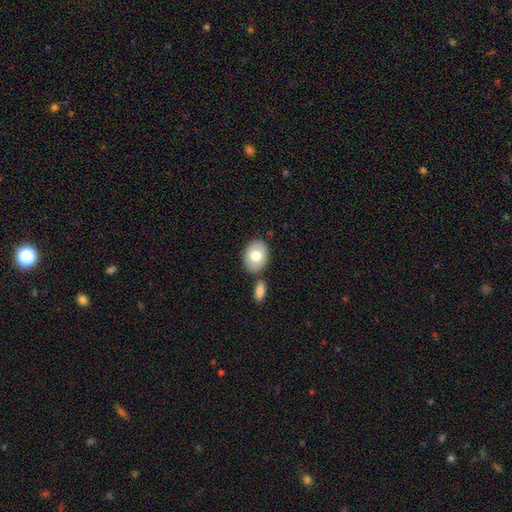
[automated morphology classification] Smooth or featured: smooth — 71% (featured or disk — 23%)
How rounded: in between — 67% (round — 32%)
Merging: none — 71% (merger — 13%)